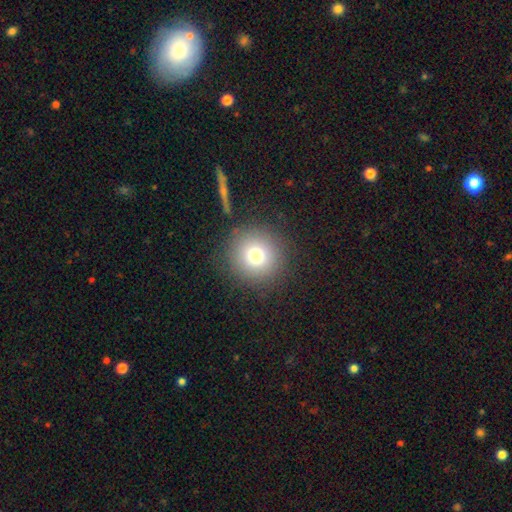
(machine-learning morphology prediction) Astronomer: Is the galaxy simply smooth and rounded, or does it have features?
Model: smooth — 75%.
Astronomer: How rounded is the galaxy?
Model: round — 95%.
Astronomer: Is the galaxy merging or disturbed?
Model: none — 87%.